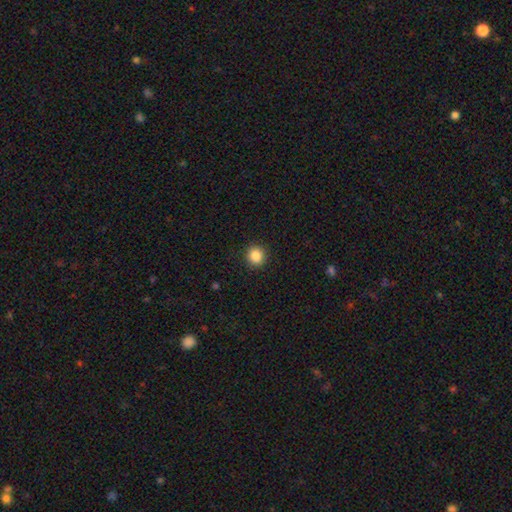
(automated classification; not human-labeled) Q: Smooth or featured?
A: smooth (87%); runner-up: star or artifact (10%)
Q: How rounded?
A: round (91%); runner-up: in between (8%)
Q: Merging?
A: none (92%); runner-up: minor disturbance (5%)